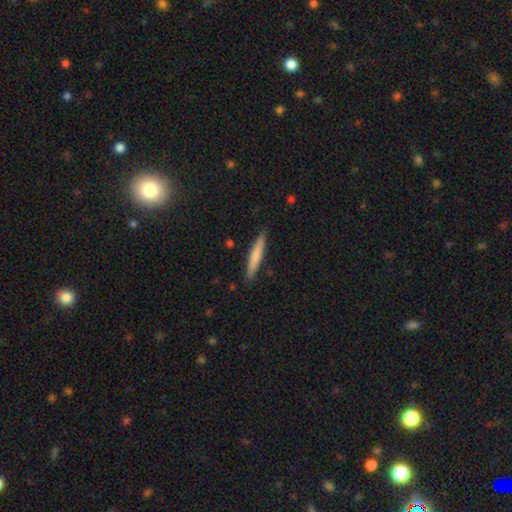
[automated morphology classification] smooth-or-featured: smooth: 68% | featured or disk: 27% | star or artifact: 5%
  how-rounded: cigar-shaped: 94% | in between: 4% | round: 1%
  merging: none: 90% | minor disturbance: 7% | major disturbance: 1% | merger: 1%